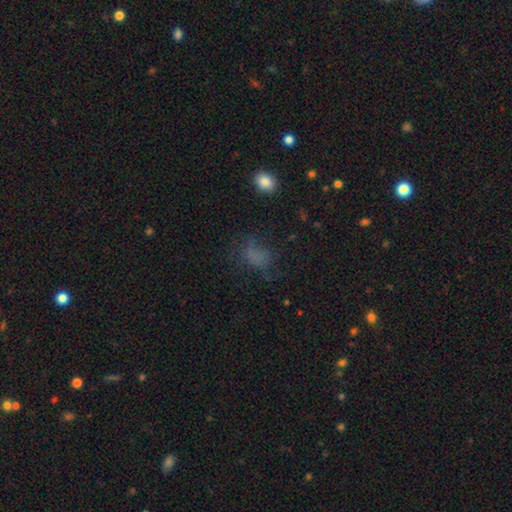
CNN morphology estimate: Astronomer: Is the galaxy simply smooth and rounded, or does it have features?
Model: smooth — 63%.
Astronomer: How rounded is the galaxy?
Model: in between — 66%.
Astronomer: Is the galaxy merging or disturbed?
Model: none — 51%.